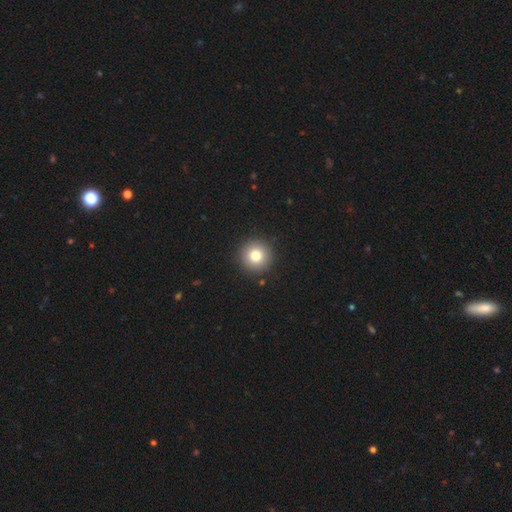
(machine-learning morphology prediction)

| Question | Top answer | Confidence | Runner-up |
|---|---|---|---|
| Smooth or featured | smooth | 80% | star or artifact (11%) |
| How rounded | round | 96% | in between (4%) |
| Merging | none | 92% | minor disturbance (5%) |